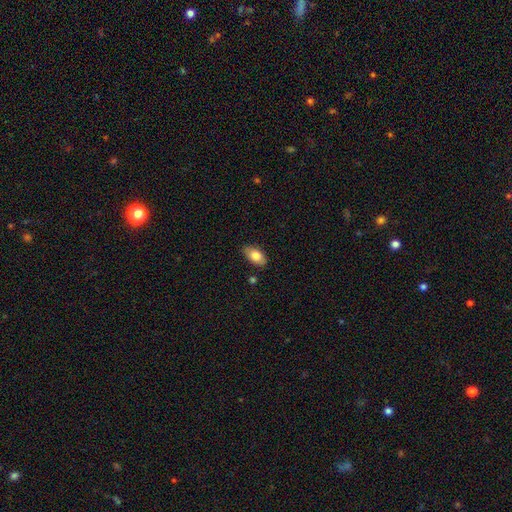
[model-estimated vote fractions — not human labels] A smooth galaxy with no disk features (80%) that is in between round and cigar-shaped (93%). Merging: none (83%).